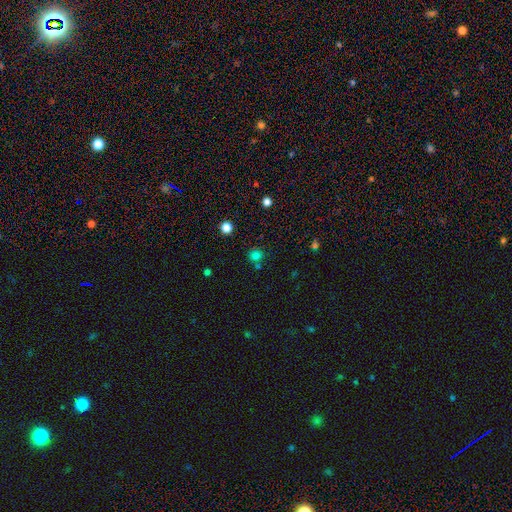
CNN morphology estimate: smooth 73%, star or artifact 21%, featured or disk 6%. Down the decision tree: how rounded — round (83%); merging — none (72%).